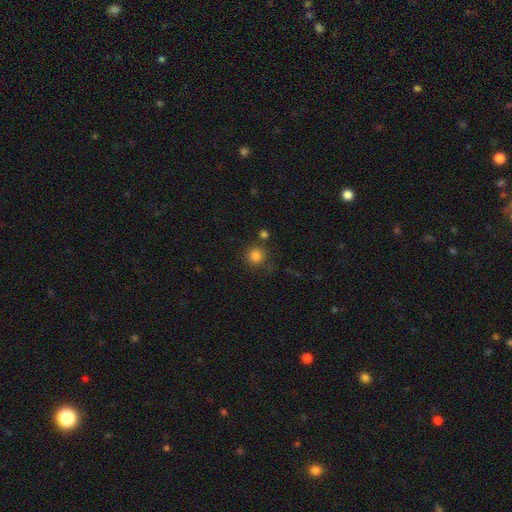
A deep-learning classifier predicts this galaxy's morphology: Smooth or featured? Predicted: smooth (p=0.83). How rounded? Predicted: round (p=0.90). Merging? Predicted: none (p=0.76).